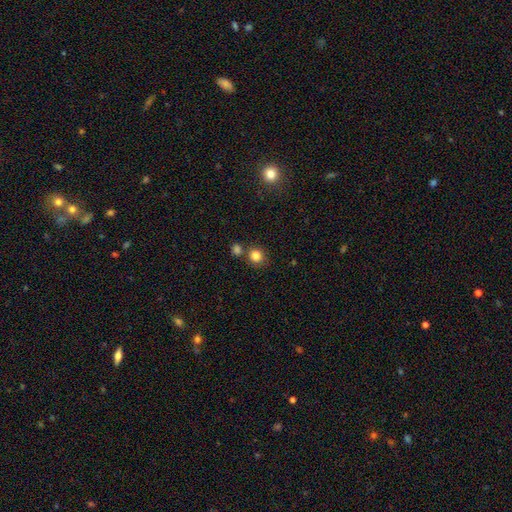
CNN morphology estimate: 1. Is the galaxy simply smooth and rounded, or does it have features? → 83% smooth, 12% star or artifact, 6% featured or disk.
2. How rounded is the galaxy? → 84% round, 15% in between, 1% cigar-shaped.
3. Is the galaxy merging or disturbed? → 70% none, 17% merger, 10% minor disturbance, 3% major disturbance.